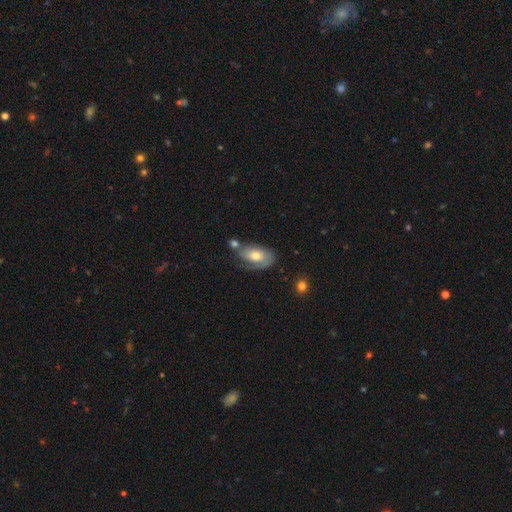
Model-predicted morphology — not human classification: Q: Smooth or featured?
A: smooth (48%); runner-up: featured or disk (45%)
Q: Merging?
A: none (43%); runner-up: minor disturbance (24%)